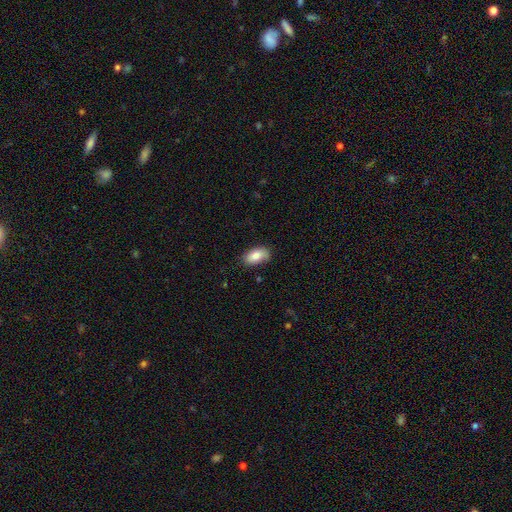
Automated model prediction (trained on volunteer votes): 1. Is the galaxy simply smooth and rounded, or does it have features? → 82% smooth, 11% featured or disk, 7% star or artifact.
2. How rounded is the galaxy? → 93% in between, 4% round, 3% cigar-shaped.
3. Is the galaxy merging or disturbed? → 80% none, 16% minor disturbance, 3% major disturbance, 1% merger.